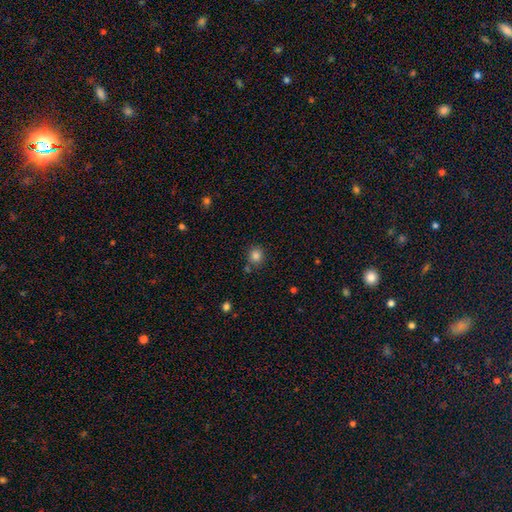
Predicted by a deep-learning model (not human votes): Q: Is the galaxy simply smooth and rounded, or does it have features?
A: smooth — 84%.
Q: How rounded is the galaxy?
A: round — 86%.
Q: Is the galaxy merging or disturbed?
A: none — 79%.